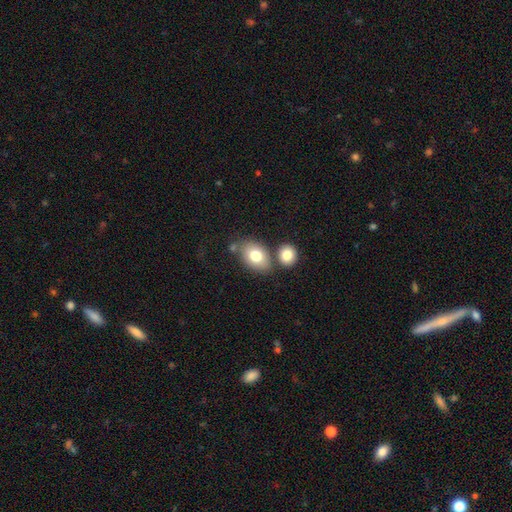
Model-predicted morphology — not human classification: smooth_or_featured: smooth (p=0.77) [alt: featured or disk p=0.15]
how_rounded: in between (p=0.79) [alt: round p=0.19]
merging: none (p=0.61) [alt: merger p=0.22]